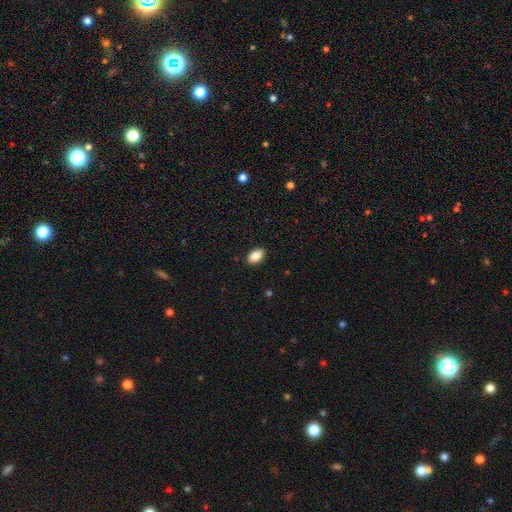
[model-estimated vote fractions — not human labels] This is clearly a smooth galaxy (86%). How rounded: clearly in between (91%). Merging: clearly none (88%).